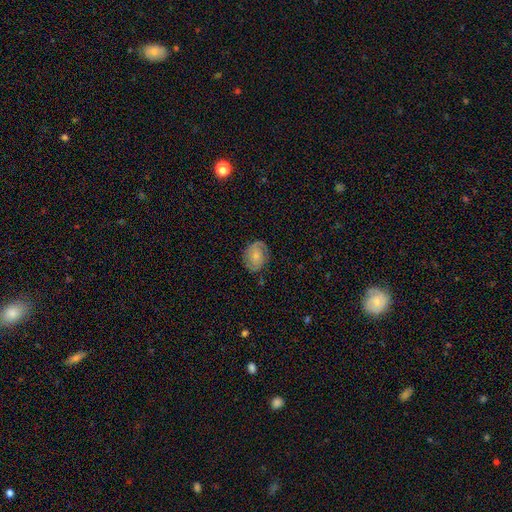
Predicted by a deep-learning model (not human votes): Smooth or featured? featured or disk (61%)
Edge-on disk? no (97%)
Bar? no (67%)
Spiral arms? yes (90%)
Spiral winding? tight (50%)
Spiral arm count? 2 (74%)
Bulge size? small (53%)
Merging? none (75%)